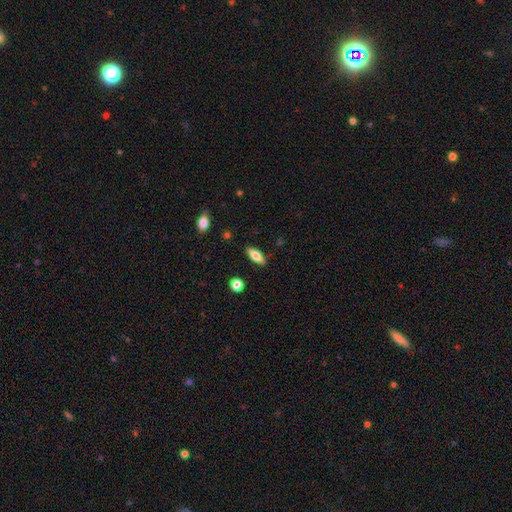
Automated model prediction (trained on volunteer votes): A smooth galaxy with no disk features (64%) that is in between round and cigar-shaped (63%). Merging: none (87%).